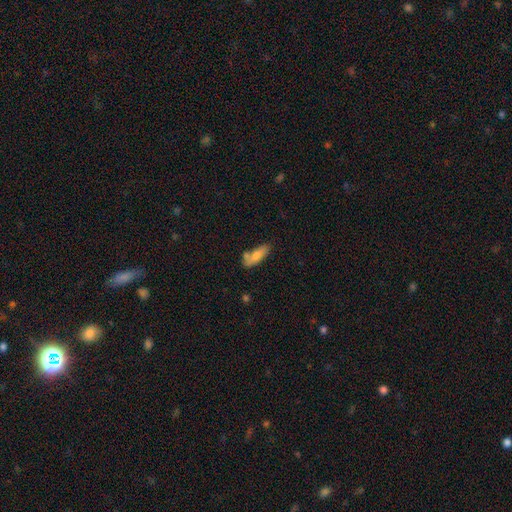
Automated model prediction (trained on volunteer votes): Morphology: type=smooth (72%); roundness=in between (61%); merging=none (48%).